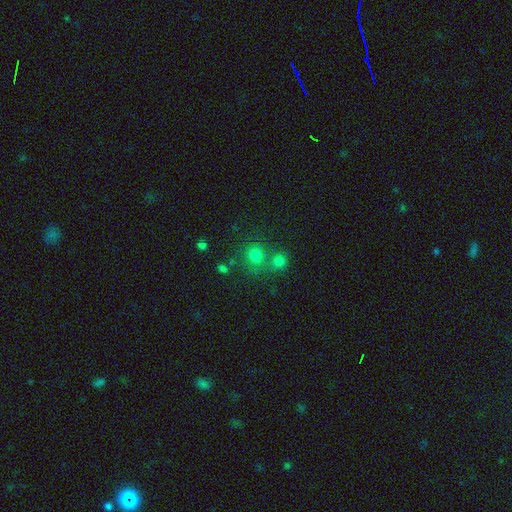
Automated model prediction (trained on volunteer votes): The model was most divided on "merging": none: 54%, merger: 33%, minor disturbance: 9%, major disturbance: 4%. More confident: how rounded — round (85%); smooth or featured — smooth (74%).